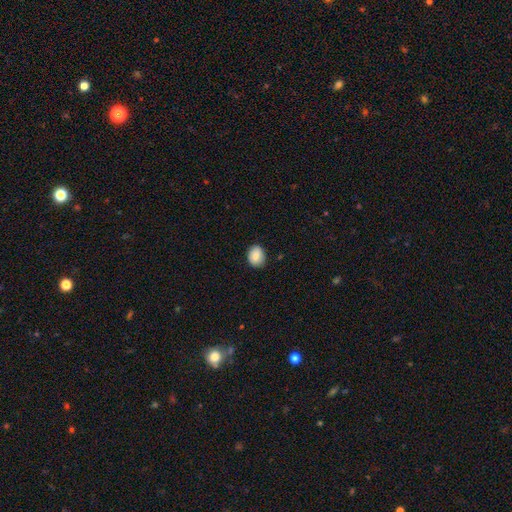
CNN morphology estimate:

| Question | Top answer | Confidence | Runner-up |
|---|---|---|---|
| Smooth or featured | smooth | 84% | featured or disk (8%) |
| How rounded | round | 52% | in between (47%) |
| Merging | none | 84% | minor disturbance (13%) |